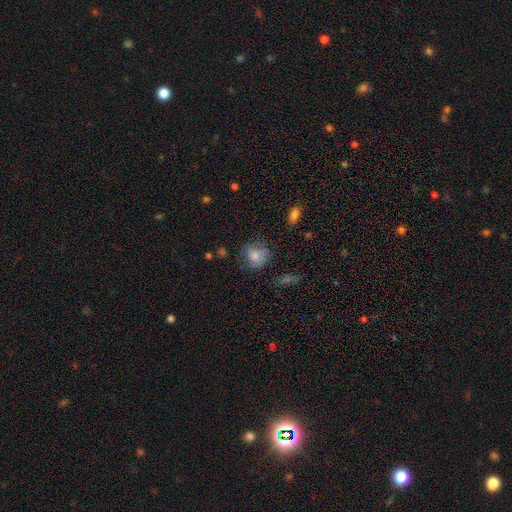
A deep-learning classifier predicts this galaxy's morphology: Smooth or featured: smooth — 71% (featured or disk — 19%)
How rounded: round — 69% (in between — 29%)
Merging: none — 56% (minor disturbance — 27%)